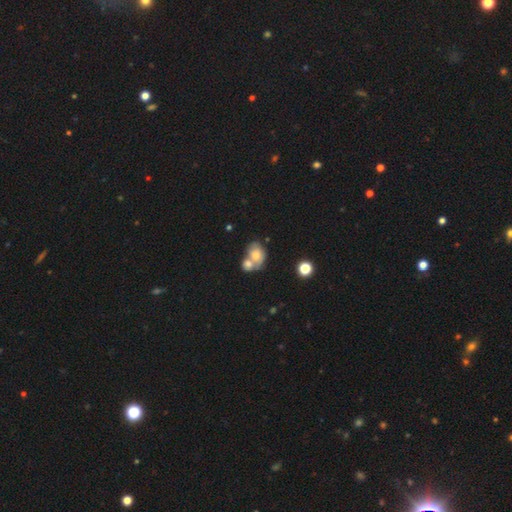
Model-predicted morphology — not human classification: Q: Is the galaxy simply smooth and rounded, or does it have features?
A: smooth — 66%.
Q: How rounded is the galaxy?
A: in between — 64%.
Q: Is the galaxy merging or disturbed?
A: merger — 61%.